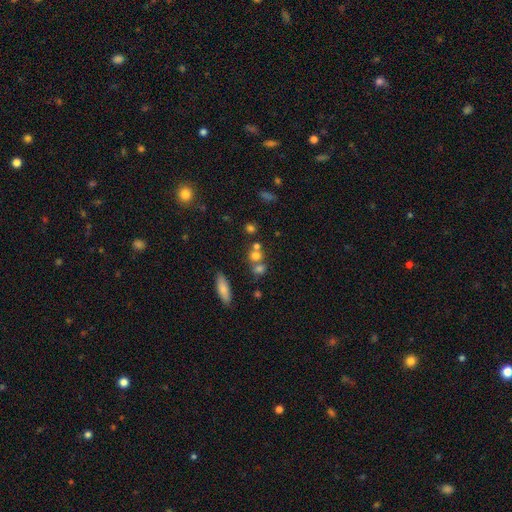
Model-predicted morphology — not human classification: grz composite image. It shows a smooth galaxy with no disk features (68%) that is round (70%). Merging: merger (47%).